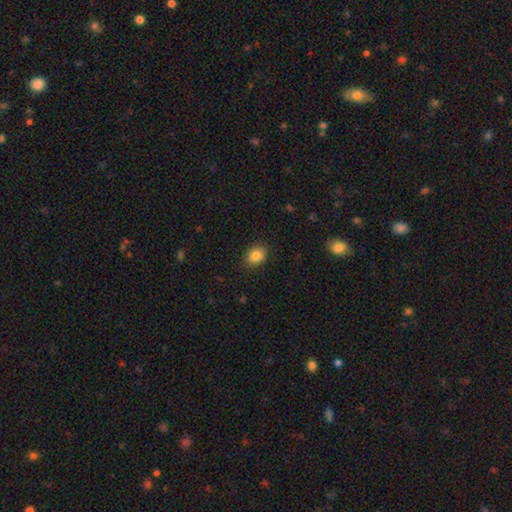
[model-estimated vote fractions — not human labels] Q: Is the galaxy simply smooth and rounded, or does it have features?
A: smooth — 85%.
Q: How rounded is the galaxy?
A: in between — 59%.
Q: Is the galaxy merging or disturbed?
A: none — 87%.